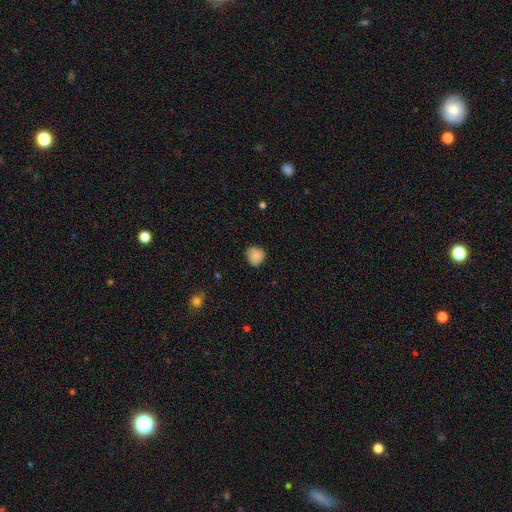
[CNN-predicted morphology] This is clearly a smooth galaxy (85%). How rounded: clearly round (81%). Merging: likely none (74%).